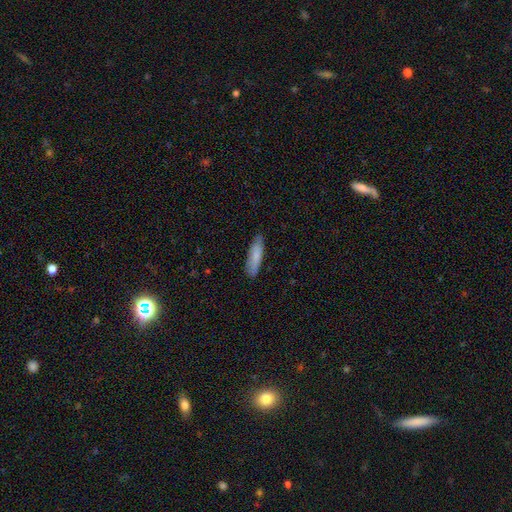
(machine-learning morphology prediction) smooth-or-featured: smooth: 80% | featured or disk: 14% | star or artifact: 6%
  how-rounded: cigar-shaped: 72% | in between: 27% | round: 1%
  merging: none: 86% | minor disturbance: 11% | major disturbance: 2% | merger: 1%